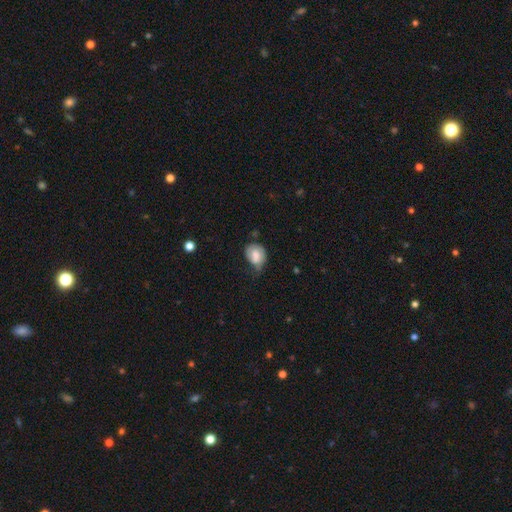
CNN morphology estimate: Smooth or featured?
  - smooth: 65% *
  - featured or disk: 27%
  - star or artifact: 8%
How rounded?
  - in between: 53% *
  - round: 46%
  - cigar-shaped: 1%
Merging?
  - minor disturbance: 40% *
  - none: 33%
  - major disturbance: 23%
  - merger: 3%